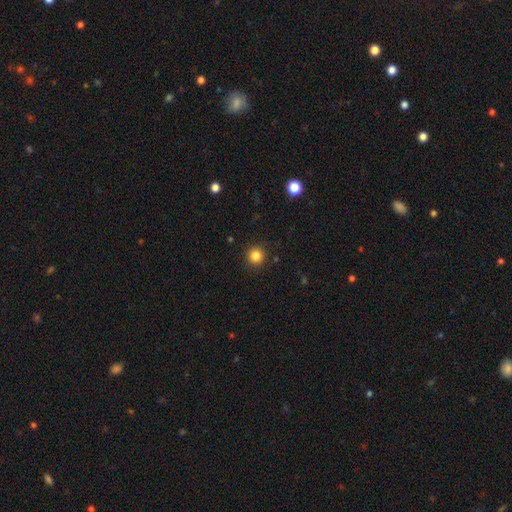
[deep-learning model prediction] Smooth or featured? Predicted: smooth (p=0.84). How rounded? Predicted: round (p=0.95). Merging? Predicted: none (p=0.91).